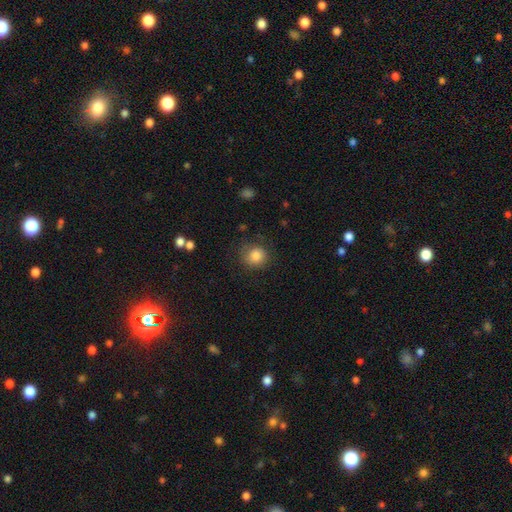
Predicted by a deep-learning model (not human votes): This appears to be a smooth galaxy with no disk features (85%) that is round (86%). Merging: none (78%).